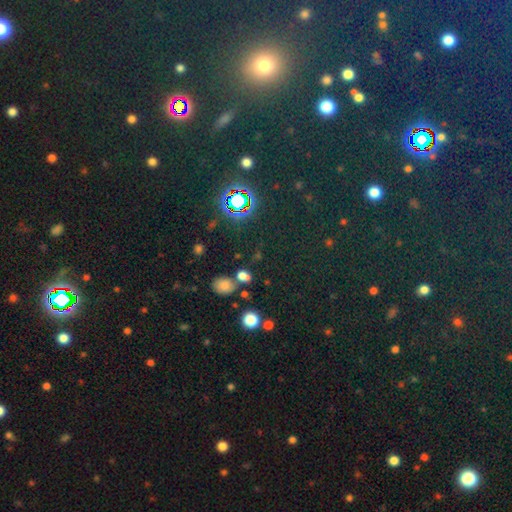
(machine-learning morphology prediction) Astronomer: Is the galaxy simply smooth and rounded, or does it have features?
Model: star or artifact — 72%.